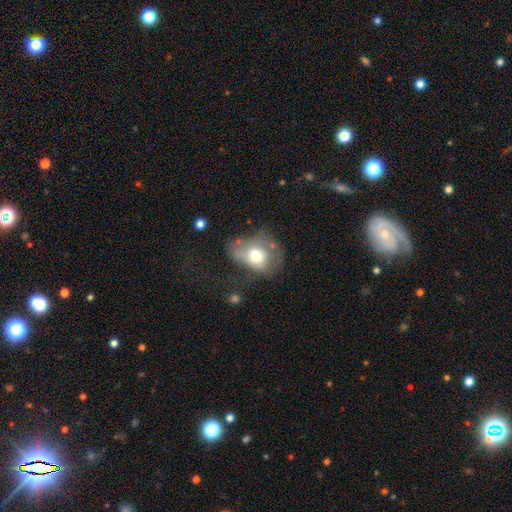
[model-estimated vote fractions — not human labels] Smooth or featured: smooth — 62% (featured or disk — 28%)
How rounded: in between — 57% (round — 41%)
Merging: major disturbance — 35% (minor disturbance — 30%)